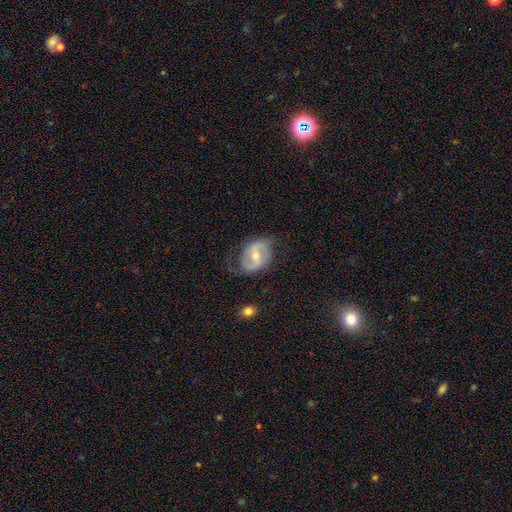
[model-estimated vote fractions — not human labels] Q: Smooth or featured?
A: featured or disk (71%); runner-up: smooth (23%)
Q: Edge-on disk?
A: no (97%); runner-up: yes (3%)
Q: Bar?
A: weak (47%); runner-up: no (28%)
Q: Spiral arms?
A: yes (82%); runner-up: no (18%)
Q: Spiral winding?
A: medium (43%); runner-up: loose (37%)
Q: Spiral arm count?
A: 2 (82%); runner-up: can't tell (10%)
Q: Bulge size?
A: moderate (55%); runner-up: small (41%)
Q: Merging?
A: none (62%); runner-up: minor disturbance (25%)